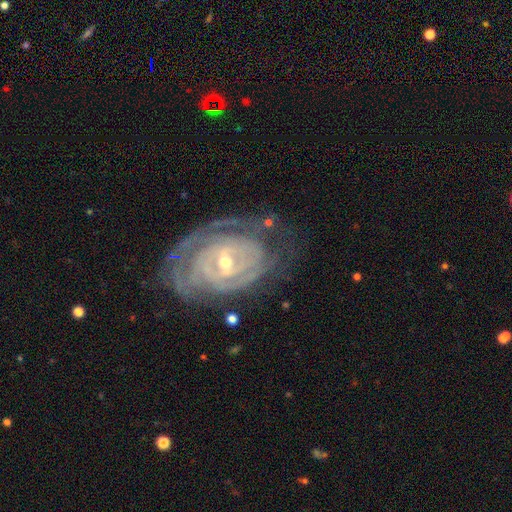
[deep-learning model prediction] A featured or disk galaxy (88%) with a weak bar (47%), tight (79%) spiral arms (94%) and a small central bulge (56%). Merging: none (65%).